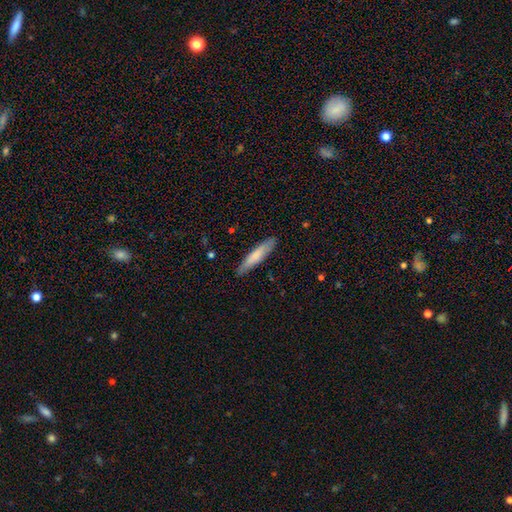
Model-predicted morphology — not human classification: The model was most divided on "smooth or featured": smooth: 74%, featured or disk: 21%, star or artifact: 5%. More confident: how rounded — cigar-shaped (87%); merging — none (87%).